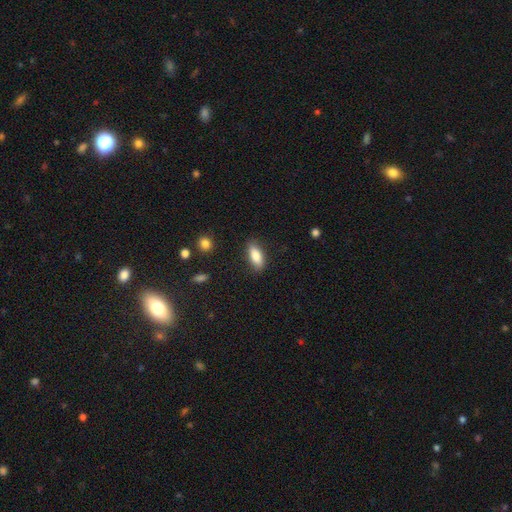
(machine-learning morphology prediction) smooth 85%, featured or disk 8%, star or artifact 7%. Down the decision tree: how rounded — in between (81%); merging — none (85%).